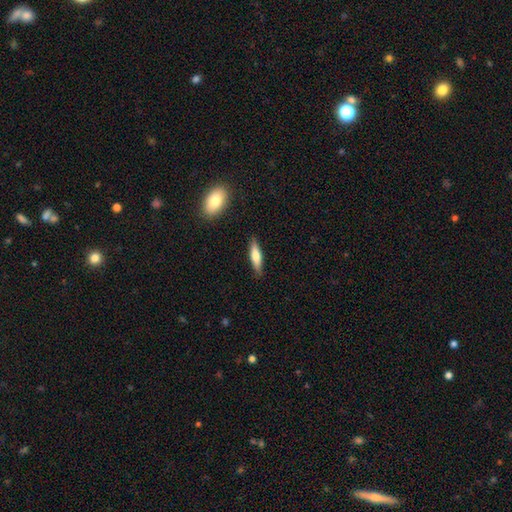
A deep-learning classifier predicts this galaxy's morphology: Overall: smooth (67%). How rounded: cigar-shaped (71%). Merging: none (86%).